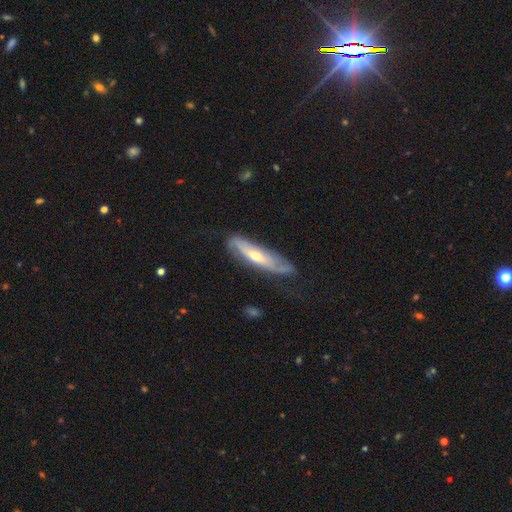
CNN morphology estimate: This appears to be a featured or disk galaxy (67%) viewed edge-on (52%). Merging: none (63%).